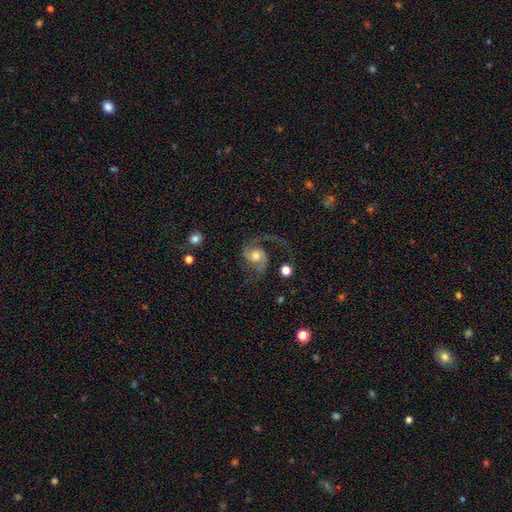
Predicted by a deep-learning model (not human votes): smooth-or-featured: featured or disk: 84% | smooth: 10% | star or artifact: 6%
  disk-edge-on: no: 98% | yes: 2%
    bar: no: 67% | weak: 28% | strong: 5%
    has-spiral-arms: yes: 96% | no: 4%
      spiral-winding: loose: 50% | medium: 41% | tight: 9%
      spiral-arm-count: 2: 85% | 1: 8% | can't tell: 3% | 3: 2% | 4: 1% | more than 4: 1%
    bulge-size: moderate: 62% | large: 17% | small: 17% | none: 3% | dominant: 2%
  merging: none: 55% | major disturbance: 26% | minor disturbance: 16% | merger: 3%